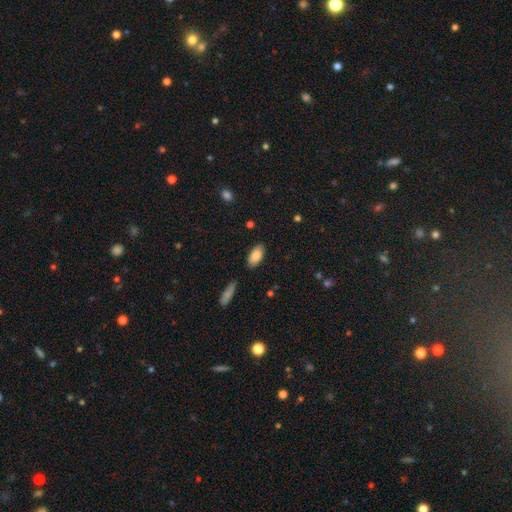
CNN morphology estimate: Overall: smooth (86%). How rounded: in between (92%). Merging: none (83%).